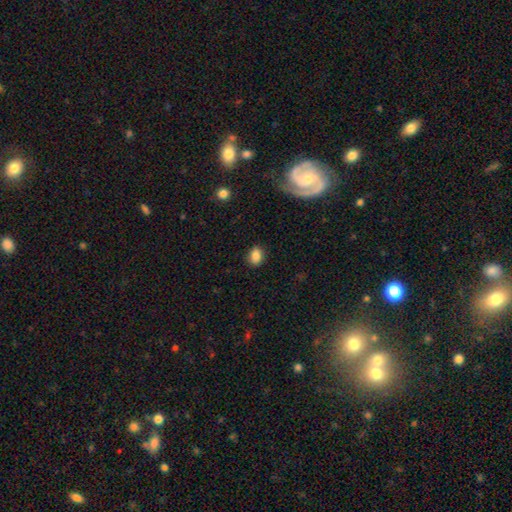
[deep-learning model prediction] Overall: smooth (84%). How rounded: in between (67%; round 31%). Merging: none (87%).